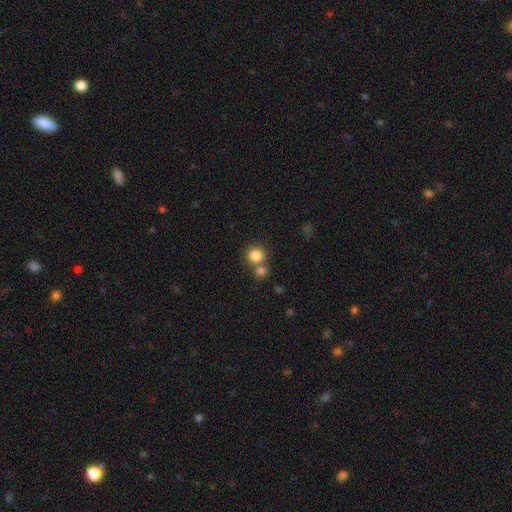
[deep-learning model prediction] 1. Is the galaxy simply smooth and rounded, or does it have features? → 82% smooth, 11% star or artifact, 7% featured or disk.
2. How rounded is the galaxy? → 90% round, 9% in between, 1% cigar-shaped.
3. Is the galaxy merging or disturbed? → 57% none, 33% merger, 7% minor disturbance, 3% major disturbance.